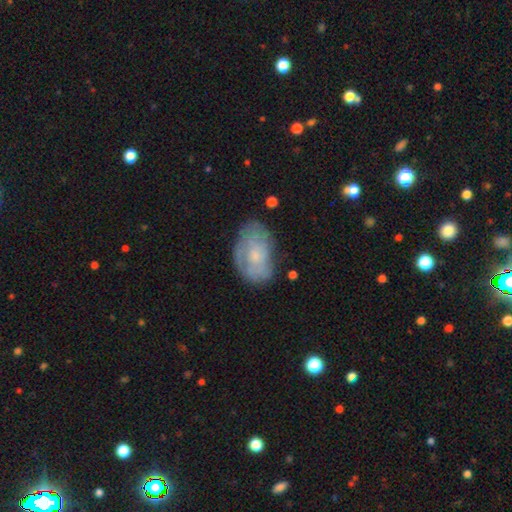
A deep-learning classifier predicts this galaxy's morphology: smooth_or_featured: featured or disk (p=0.51) [alt: smooth p=0.41]
disk_edge_on: no (p=0.95) [alt: yes p=0.05]
merging: none (p=0.63) [alt: minor disturbance p=0.25]